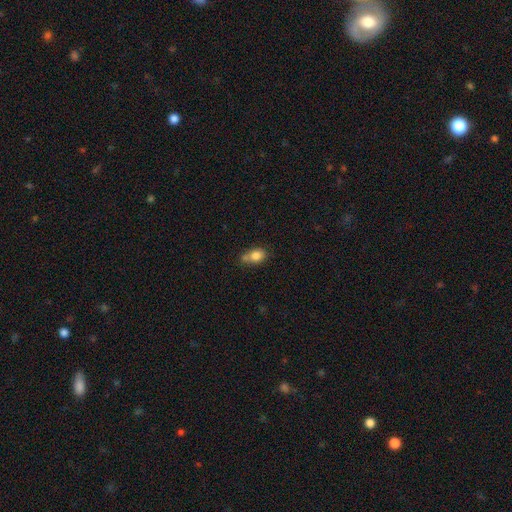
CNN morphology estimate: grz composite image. It shows a smooth galaxy with no disk features (81%) that is in between round and cigar-shaped (64%). Merging: none (44%).